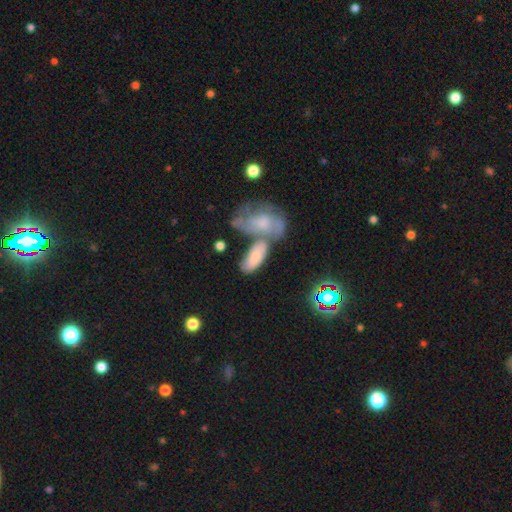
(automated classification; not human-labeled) Smooth or featured: smooth — 65% (featured or disk — 25%)
How rounded: in between — 86% (cigar-shaped — 10%)
Merging: merger — 41% (none — 35%)